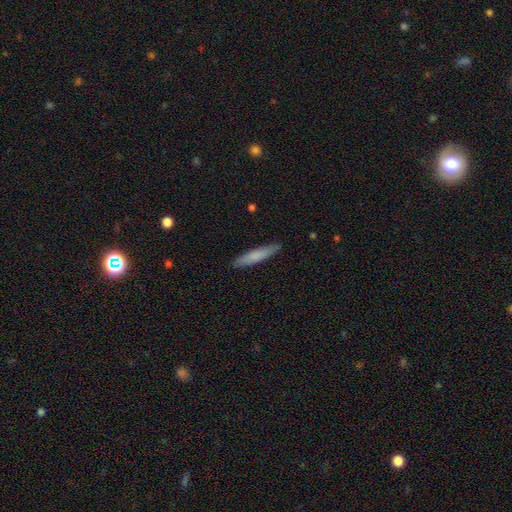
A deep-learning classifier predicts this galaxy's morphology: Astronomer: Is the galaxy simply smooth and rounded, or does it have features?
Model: smooth — 74%.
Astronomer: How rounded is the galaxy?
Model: cigar-shaped — 92%.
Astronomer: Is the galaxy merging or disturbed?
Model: none — 90%.